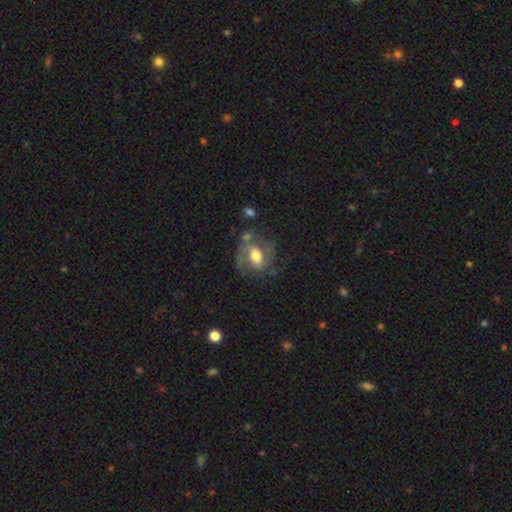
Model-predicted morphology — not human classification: The model was most divided on "bar" (2-way tie): weak: 41%, no: 41%, strong: 18%. More confident: edge-on disk — no (96%); spiral arms — yes (77%); bulge size — moderate (63%); smooth or featured — featured or disk (61%); merging — none (57%).